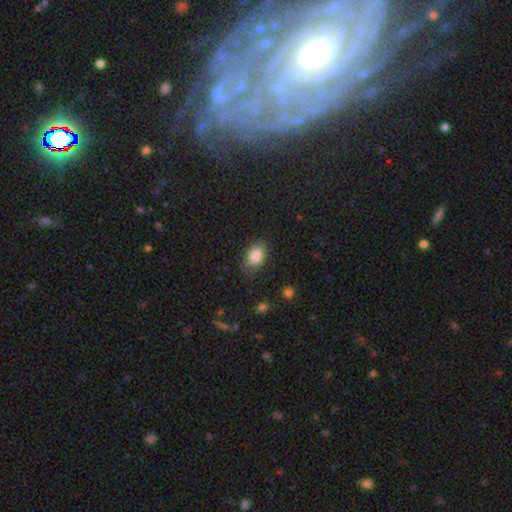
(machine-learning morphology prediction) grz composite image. It shows a smooth galaxy with no disk features (85%) that is in between round and cigar-shaped (84%). Merging: none (76%).